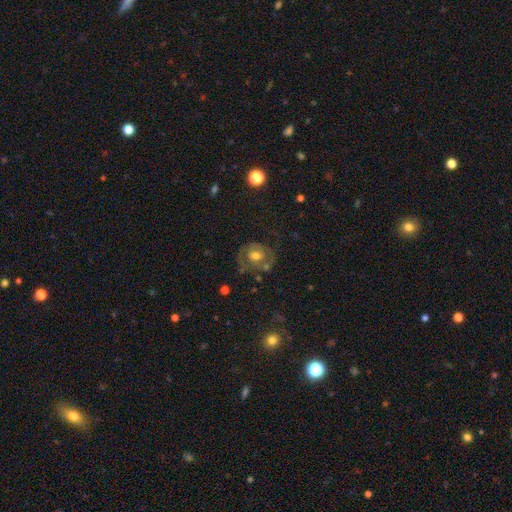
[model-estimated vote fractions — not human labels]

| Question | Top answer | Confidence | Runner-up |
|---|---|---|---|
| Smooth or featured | featured or disk | 49% | smooth (41%) |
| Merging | none | 60% | minor disturbance (21%) |